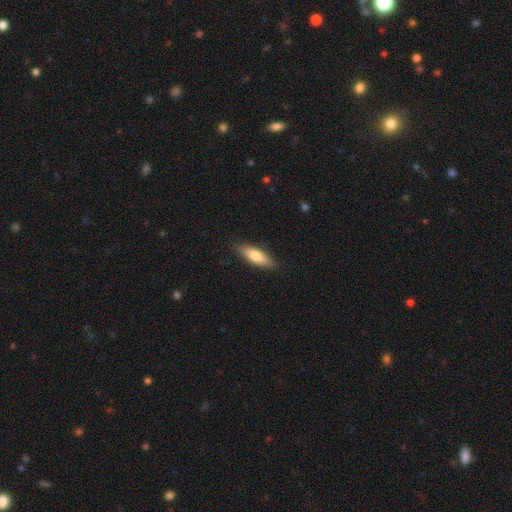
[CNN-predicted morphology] Smooth or featured?
  - smooth: 75% *
  - featured or disk: 19%
  - star or artifact: 6%
How rounded?
  - in between: 50% *
  - cigar-shaped: 48%
  - round: 2%
Merging?
  - none: 86% *
  - minor disturbance: 11%
  - major disturbance: 2%
  - merger: 1%